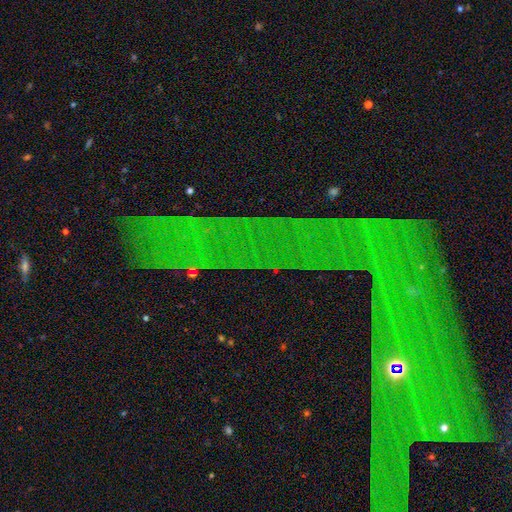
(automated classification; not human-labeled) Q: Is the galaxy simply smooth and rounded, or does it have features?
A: star or artifact — 72%.